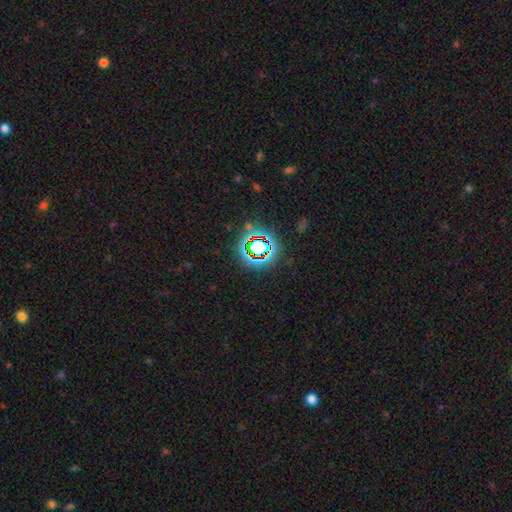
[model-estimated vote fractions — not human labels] This appears to be a star or artifact, not a galaxy (72%).